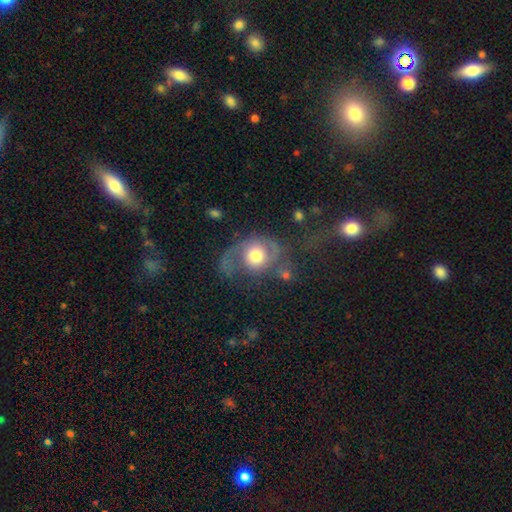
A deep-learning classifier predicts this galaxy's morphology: This is possibly a featured or disk galaxy (57%). It is clearly not viewed edge-on (97%). Bar: likely no (79%). Spiral arm pattern: likely yes (79%). Central bulge: possibly moderate (55%). Merging: marginally major disturbance (41%).